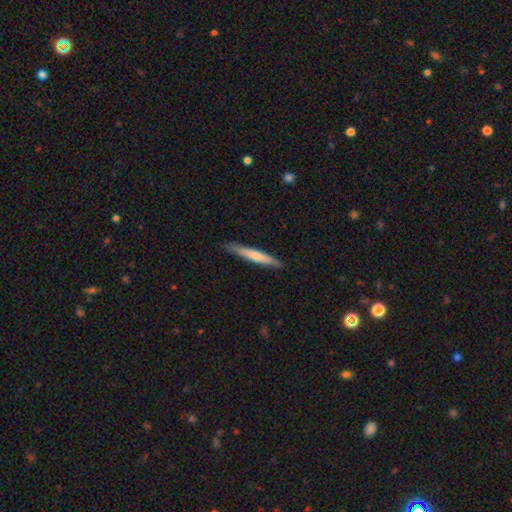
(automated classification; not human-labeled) Smooth or featured: smooth — 62% (featured or disk — 33%)
How rounded: cigar-shaped — 94% (in between — 4%)
Merging: none — 88% (minor disturbance — 10%)